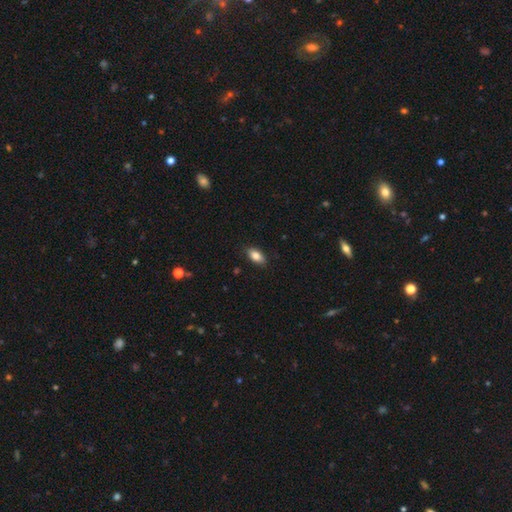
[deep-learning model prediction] This appears to be a smooth galaxy with no disk features (84%) that is in between round and cigar-shaped (90%). Merging: none (86%).